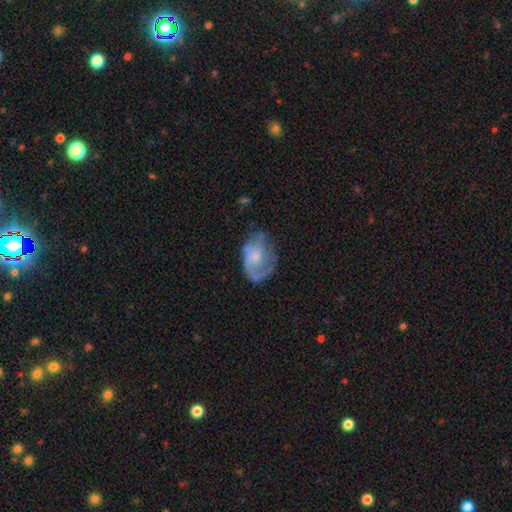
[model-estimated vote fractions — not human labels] Smooth or featured: featured or disk — 64% (smooth — 29%)
Edge-on disk: no — 97% (yes — 3%)
Bar: no — 74% (weak — 23%)
Spiral arms: yes — 76% (no — 24%)
Bulge size: small — 53% (moderate — 30%)
Merging: none — 49% (minor disturbance — 27%)